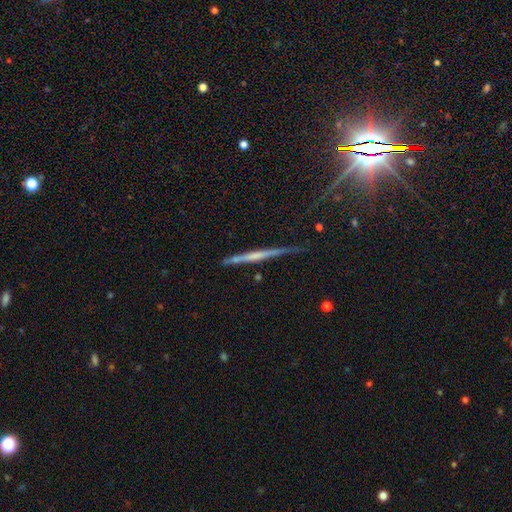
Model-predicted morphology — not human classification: Q: Smooth or featured?
A: featured or disk (58%); runner-up: smooth (35%)
Q: Edge-on disk?
A: yes (96%); runner-up: no (4%)
Q: Edge-on bulge?
A: none (73%); runner-up: rounded (16%)
Q: Merging?
A: none (73%); runner-up: minor disturbance (19%)